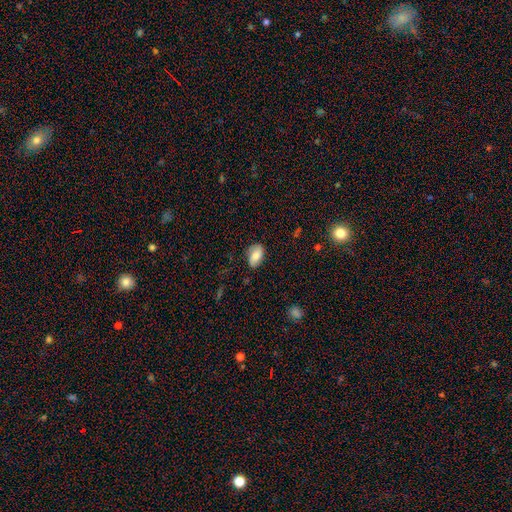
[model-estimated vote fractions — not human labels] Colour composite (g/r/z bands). It shows a smooth galaxy with no disk features (70%) that is in between round and cigar-shaped (90%). Merging: none (77%).